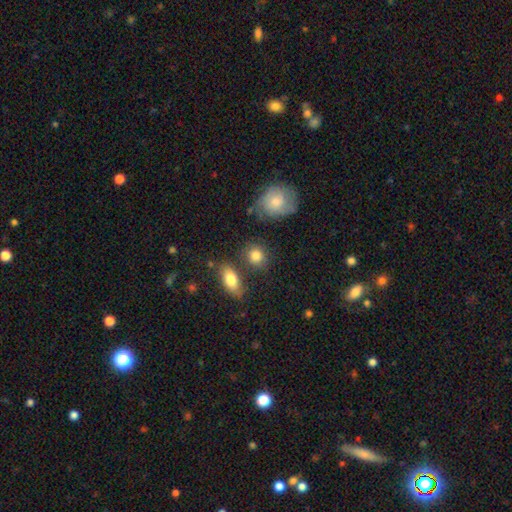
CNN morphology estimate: A smooth galaxy with no disk features (83%) that is round (66%).

Vote fractions:
- Smooth or featured? smooth: 83% / star or artifact: 9% / featured or disk: 8%
- How rounded? round: 66% / in between: 32% / cigar-shaped: 2%
- Merging? none: 73% / minor disturbance: 13% / merger: 9% / major disturbance: 4%